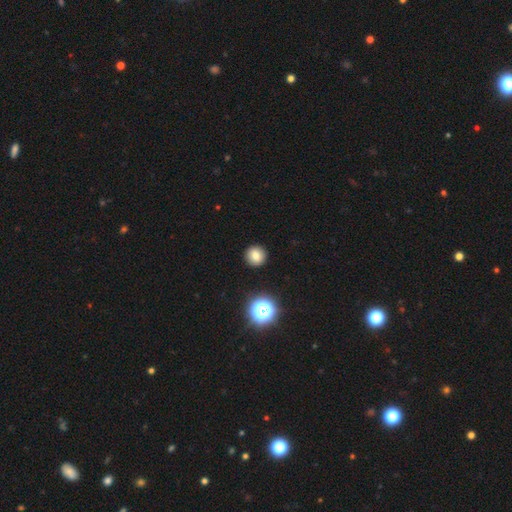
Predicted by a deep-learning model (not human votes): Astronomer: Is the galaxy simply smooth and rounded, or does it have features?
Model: smooth — 79%.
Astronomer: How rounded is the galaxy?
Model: round — 94%.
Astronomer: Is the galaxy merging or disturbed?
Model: none — 92%.